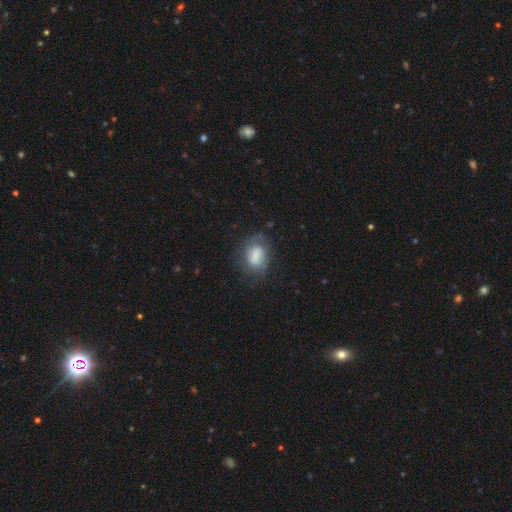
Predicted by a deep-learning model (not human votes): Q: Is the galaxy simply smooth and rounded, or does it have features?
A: smooth — 56%.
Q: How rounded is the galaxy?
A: in between — 71%.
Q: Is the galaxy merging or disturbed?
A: none — 52%.